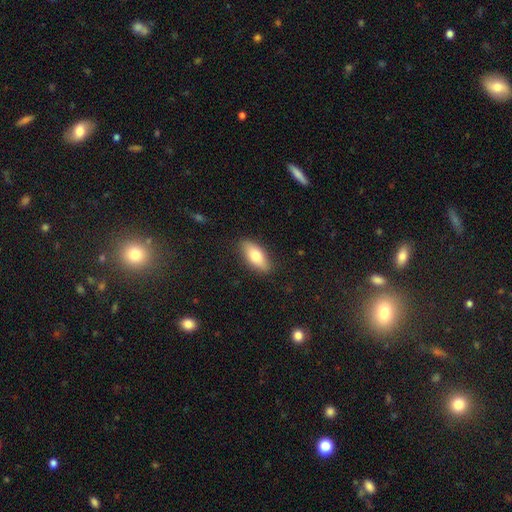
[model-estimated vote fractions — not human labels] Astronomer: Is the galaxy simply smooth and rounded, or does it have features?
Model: smooth — 75%.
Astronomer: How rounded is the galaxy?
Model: in between — 80%.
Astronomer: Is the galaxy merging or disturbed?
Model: none — 87%.